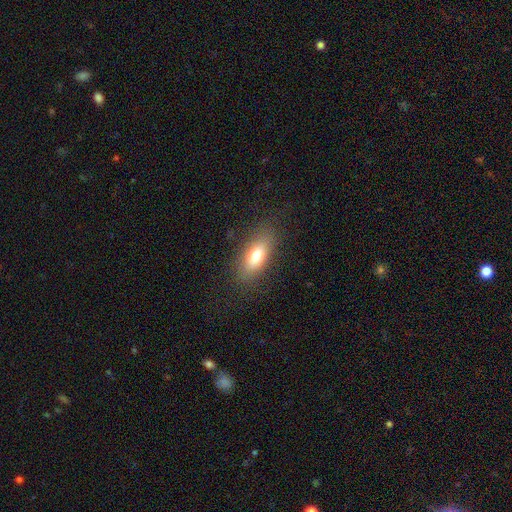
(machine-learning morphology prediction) smooth 75%, featured or disk 16%, star or artifact 9%. Down the decision tree: how rounded — in between (80%); merging — none (83%).